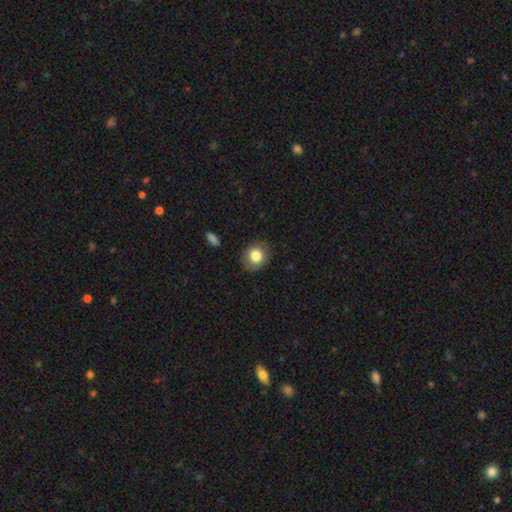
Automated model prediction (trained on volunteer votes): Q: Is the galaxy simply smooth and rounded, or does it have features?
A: smooth — 81%.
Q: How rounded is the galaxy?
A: round — 73%.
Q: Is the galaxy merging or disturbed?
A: none — 85%.